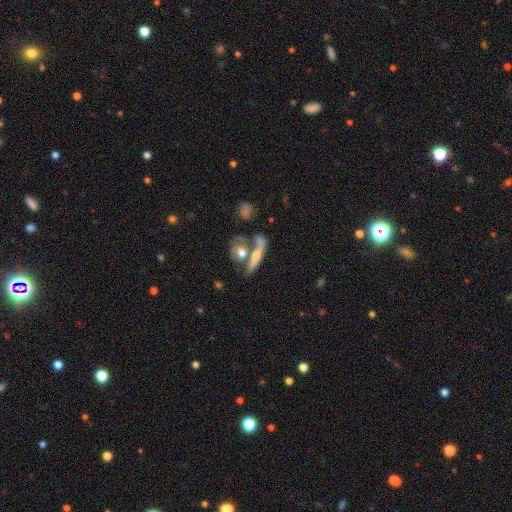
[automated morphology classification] smooth_or_featured: featured or disk (p=0.48) [alt: smooth p=0.43]
merging: none (p=0.40) [alt: merger p=0.39]